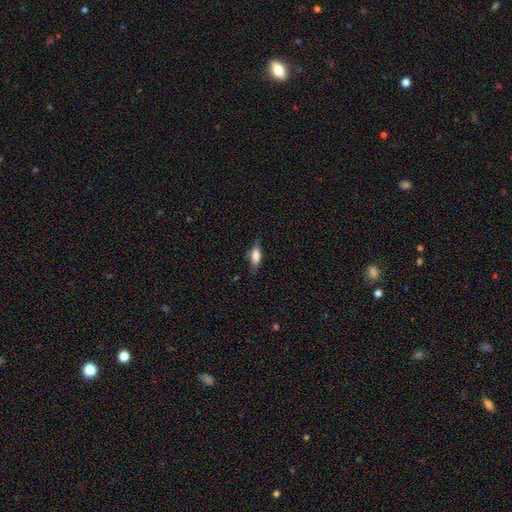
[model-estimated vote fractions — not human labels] This appears to be a smooth galaxy with no disk features (71%) that is in between round and cigar-shaped (68%). Merging: none (64%).